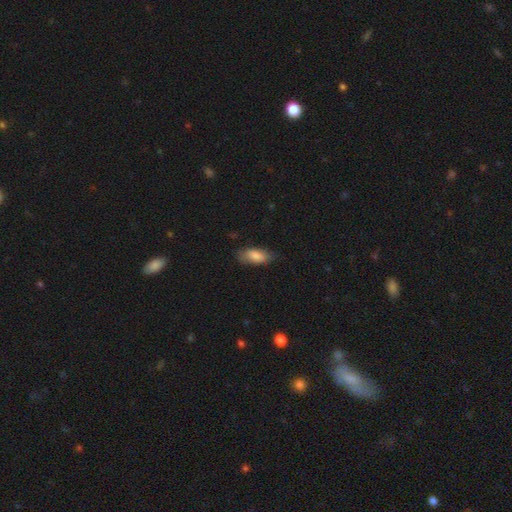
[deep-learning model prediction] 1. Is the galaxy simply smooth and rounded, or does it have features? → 82% smooth, 11% featured or disk, 7% star or artifact.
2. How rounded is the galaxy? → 85% in between, 12% cigar-shaped, 3% round.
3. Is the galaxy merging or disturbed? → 72% none, 22% minor disturbance, 5% major disturbance, 1% merger.